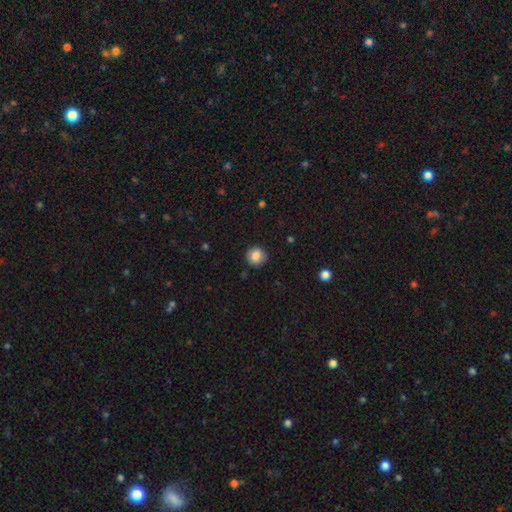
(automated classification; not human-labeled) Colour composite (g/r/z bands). It shows a smooth galaxy with no disk features (86%) that is round (91%). Merging: none (89%).